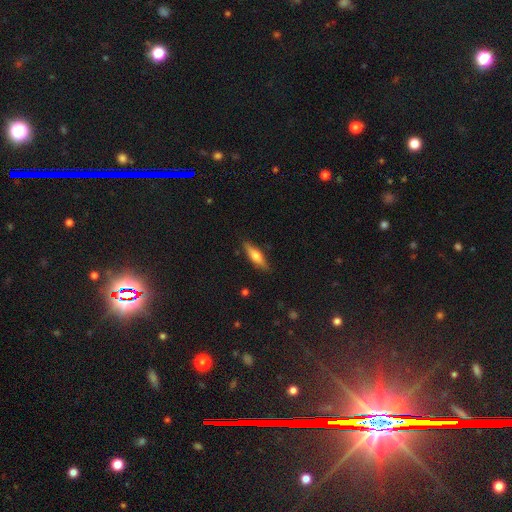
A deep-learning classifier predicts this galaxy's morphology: Smooth or featured?
  - smooth: 49% *
  - featured or disk: 45%
  - star or artifact: 6%
Merging?
  - none: 86% *
  - minor disturbance: 11%
  - major disturbance: 2%
  - merger: 1%